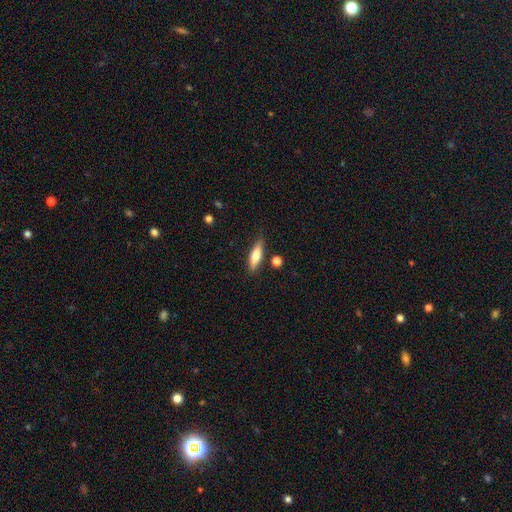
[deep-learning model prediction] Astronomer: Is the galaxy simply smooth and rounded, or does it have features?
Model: smooth — 68%.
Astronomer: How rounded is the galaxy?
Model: cigar-shaped — 59% (runner-up: in between, 38%).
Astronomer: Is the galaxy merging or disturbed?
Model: none — 80%.